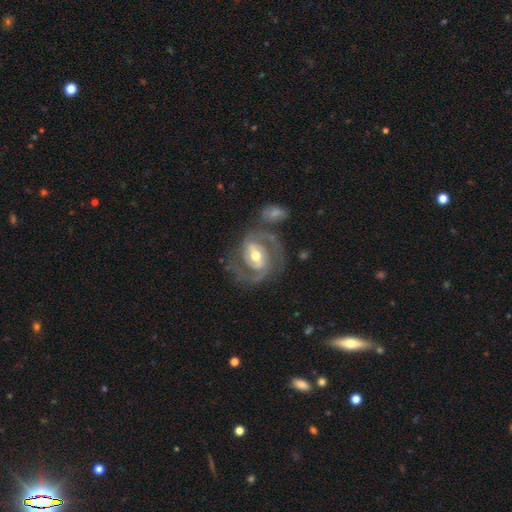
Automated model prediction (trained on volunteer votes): Smooth or featured?
  - featured or disk: 89% *
  - smooth: 7%
  - star or artifact: 4%
Edge-on disk?
  - no: 97% *
  - yes: 3%
Bar?
  - weak: 41% *
  - strong: 37%
  - no: 22%
Spiral arms?
  - yes: 96% *
  - no: 4%
Spiral winding?
  - medium: 49% *
  - tight: 41%
  - loose: 11%
Spiral arm count?
  - 2: 84% *
  - 3: 5%
  - can't tell: 5%
  - 1: 3%
  - 4: 1%
  - more than 4: 1%
Bulge size?
  - moderate: 72% *
  - small: 19%
  - large: 7%
  - none: 1%
  - dominant: 1%
Merging?
  - none: 67% *
  - minor disturbance: 16%
  - major disturbance: 10%
  - merger: 7%